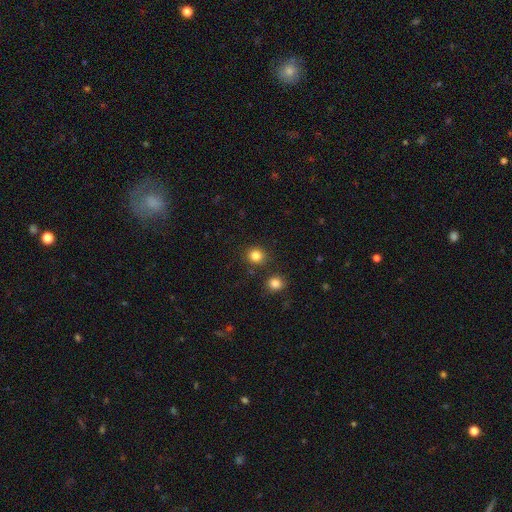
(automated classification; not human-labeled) A smooth galaxy with no disk features (84%) that is round (89%).

Vote fractions:
- Smooth or featured? smooth: 84% / star or artifact: 12% / featured or disk: 4%
- How rounded? round: 89% / in between: 10% / cigar-shaped: 1%
- Merging? none: 86% / minor disturbance: 7% / merger: 5% / major disturbance: 2%